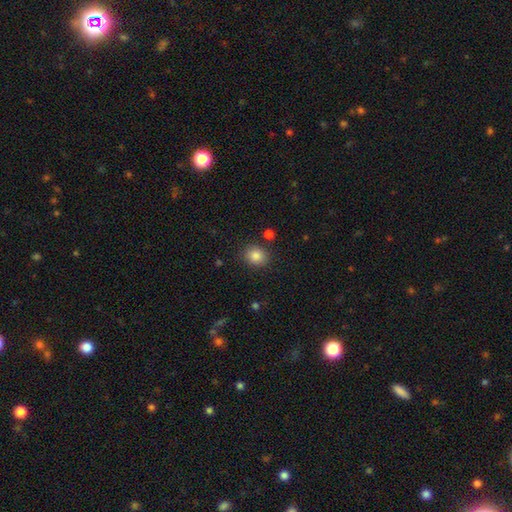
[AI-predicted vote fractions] This is clearly a smooth galaxy (86%). How rounded: likely round (73%). Merging: clearly none (85%).